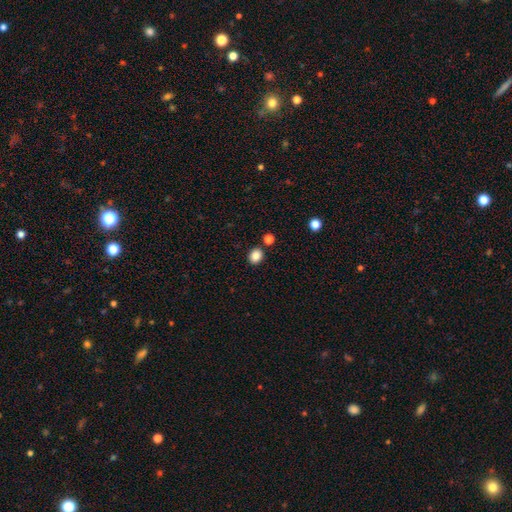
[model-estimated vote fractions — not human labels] Q: Smooth or featured?
A: smooth (86%); runner-up: star or artifact (10%)
Q: How rounded?
A: round (67%); runner-up: in between (32%)
Q: Merging?
A: none (85%); runner-up: minor disturbance (7%)